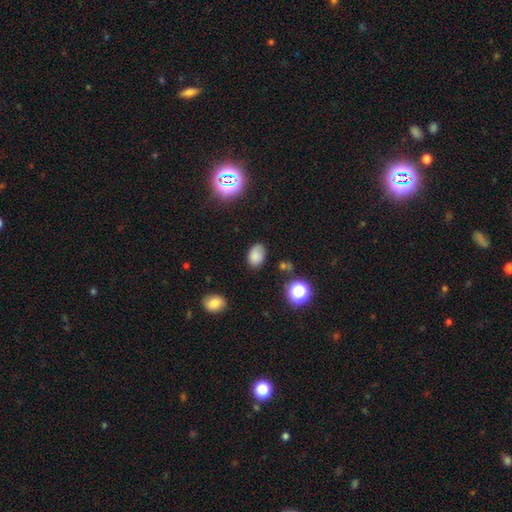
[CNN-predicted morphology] The model was most divided on "merging": none: 75%, minor disturbance: 18%, major disturbance: 4%, merger: 2%. More confident: how rounded — in between (82%); smooth or featured — smooth (79%).